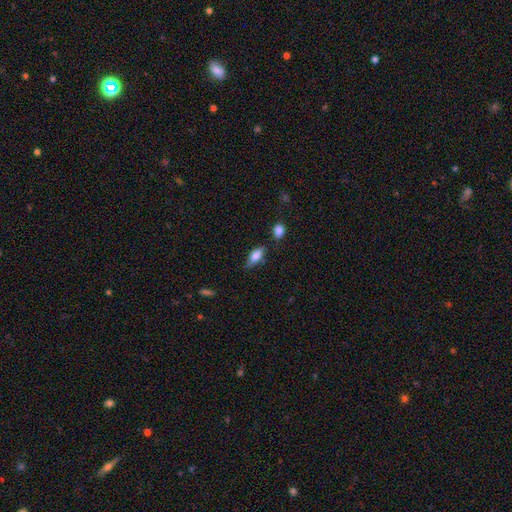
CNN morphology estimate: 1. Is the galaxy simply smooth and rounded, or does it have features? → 75% smooth, 17% featured or disk, 7% star or artifact.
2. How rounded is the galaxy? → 77% in between, 20% cigar-shaped, 3% round.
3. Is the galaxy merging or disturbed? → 63% none, 25% minor disturbance, 6% major disturbance, 6% merger.